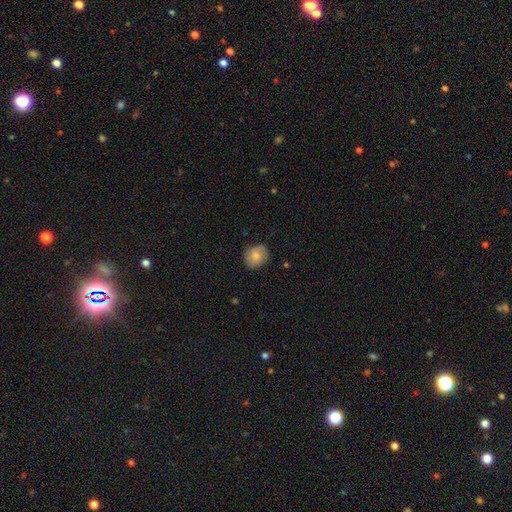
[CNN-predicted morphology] Q: Smooth or featured?
A: smooth (79%); runner-up: featured or disk (14%)
Q: How rounded?
A: round (72%); runner-up: in between (27%)
Q: Merging?
A: none (77%); runner-up: minor disturbance (18%)